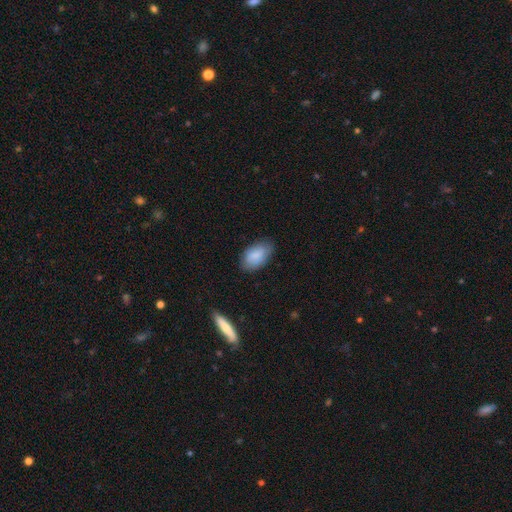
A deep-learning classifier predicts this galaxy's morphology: Smooth or featured? Predicted: smooth (p=0.82). How rounded? Predicted: in between (p=0.93). Merging? Predicted: none (p=0.74).